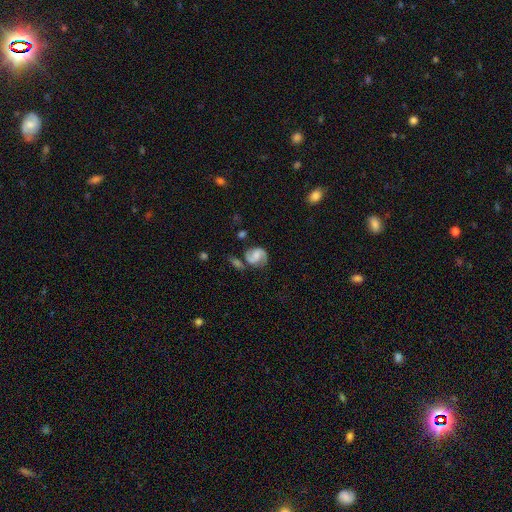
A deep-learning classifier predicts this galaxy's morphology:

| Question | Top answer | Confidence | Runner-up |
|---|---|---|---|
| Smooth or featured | featured or disk | 72% | smooth (21%) |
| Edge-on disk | no | 98% | yes (2%) |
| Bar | weak | 44% | no (39%) |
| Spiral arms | yes | 93% | no (7%) |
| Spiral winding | medium | 49% | tight (27%) |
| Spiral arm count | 2 | 87% | can't tell (5%) |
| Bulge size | moderate | 32% | small (30%) |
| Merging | none | 59% | minor disturbance (19%) |